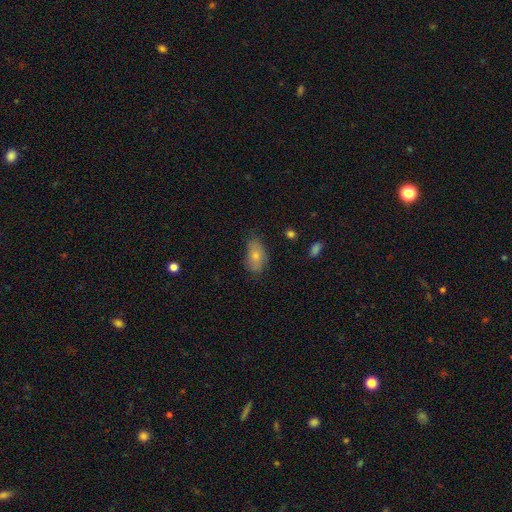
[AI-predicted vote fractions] Smooth or featured?
  - smooth: 76% *
  - featured or disk: 16%
  - star or artifact: 8%
How rounded?
  - in between: 91% *
  - round: 6%
  - cigar-shaped: 3%
Merging?
  - none: 66% *
  - minor disturbance: 26%
  - major disturbance: 6%
  - merger: 2%